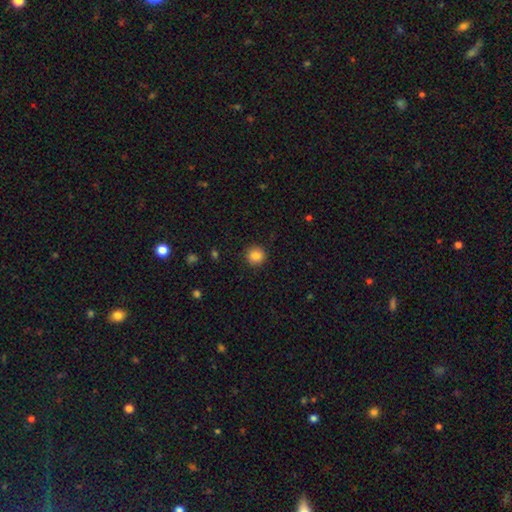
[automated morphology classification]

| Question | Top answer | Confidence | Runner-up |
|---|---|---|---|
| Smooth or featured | smooth | 86% | star or artifact (10%) |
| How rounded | round | 93% | in between (6%) |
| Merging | none | 91% | minor disturbance (6%) |